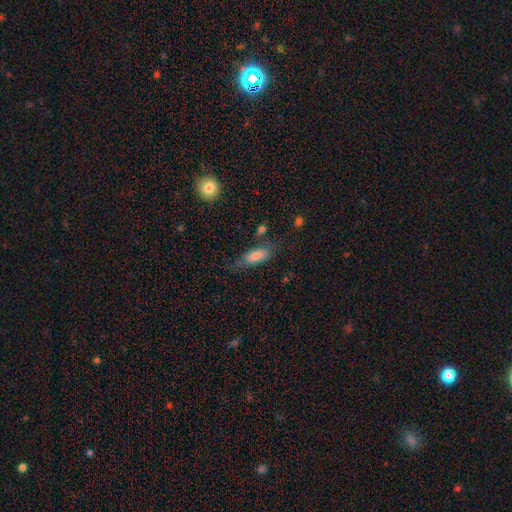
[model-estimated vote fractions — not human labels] Morphology: type=smooth (73%); roundness=in between (67%); merging=none (58%).